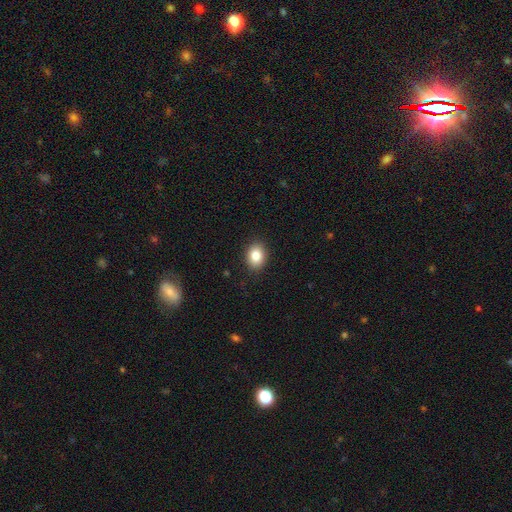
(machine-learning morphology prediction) Smooth or featured? Predicted: smooth (p=0.84). How rounded? Predicted: in between (p=0.61). Merging? Predicted: none (p=0.89).